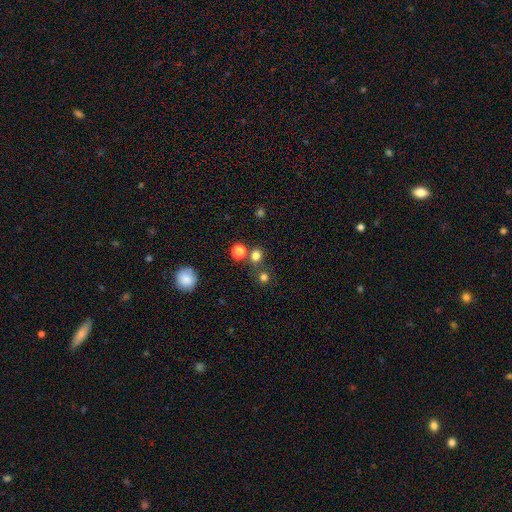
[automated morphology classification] A smooth galaxy with no disk features (76%) that is round (84%).

Vote fractions:
- Smooth or featured? smooth: 76% / star or artifact: 19% / featured or disk: 6%
- How rounded? round: 84% / in between: 15% / cigar-shaped: 1%
- Merging? none: 73% / merger: 16% / minor disturbance: 8% / major disturbance: 3%